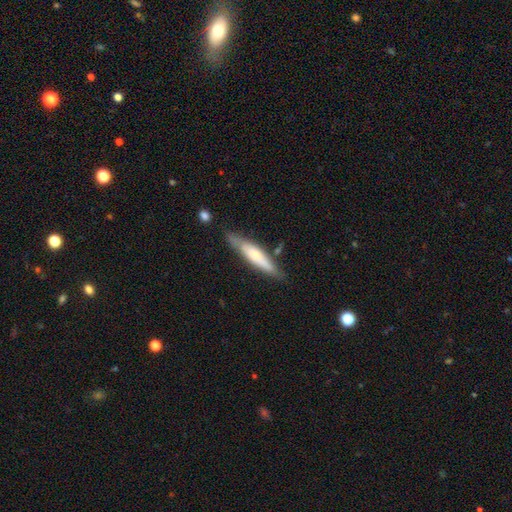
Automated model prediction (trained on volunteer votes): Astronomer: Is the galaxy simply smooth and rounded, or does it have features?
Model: smooth — 53% (runner-up: featured or disk, 41%).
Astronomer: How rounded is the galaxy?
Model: cigar-shaped — 83%.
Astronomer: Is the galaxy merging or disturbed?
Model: none — 73%.